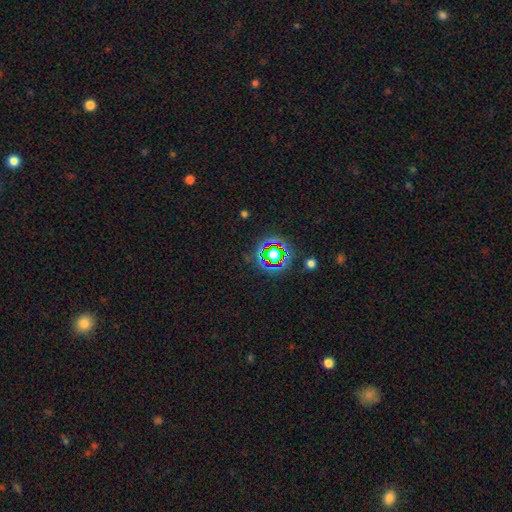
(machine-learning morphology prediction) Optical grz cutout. It shows a star or artifact, not a galaxy (67%).